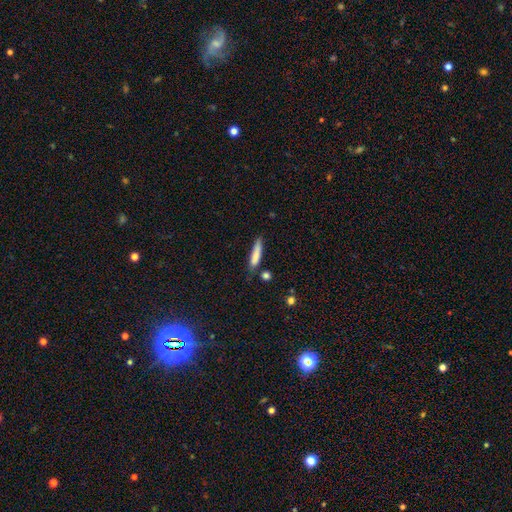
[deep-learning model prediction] Q: Smooth or featured?
A: smooth (81%); runner-up: featured or disk (13%)
Q: How rounded?
A: cigar-shaped (86%); runner-up: in between (12%)
Q: Merging?
A: none (71%); runner-up: minor disturbance (19%)